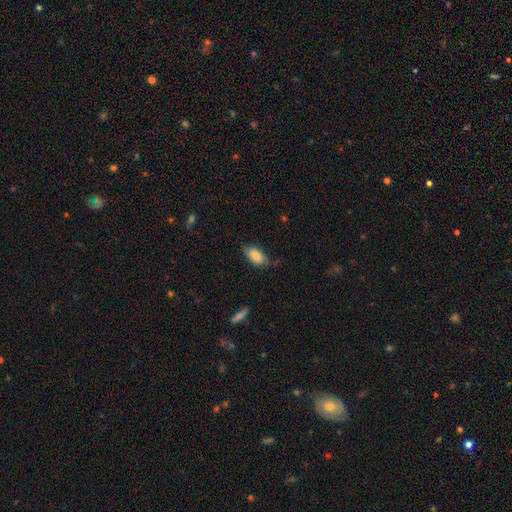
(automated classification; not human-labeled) A smooth galaxy with no disk features (79%) that is in between round and cigar-shaped (92%). Merging: none (61%).